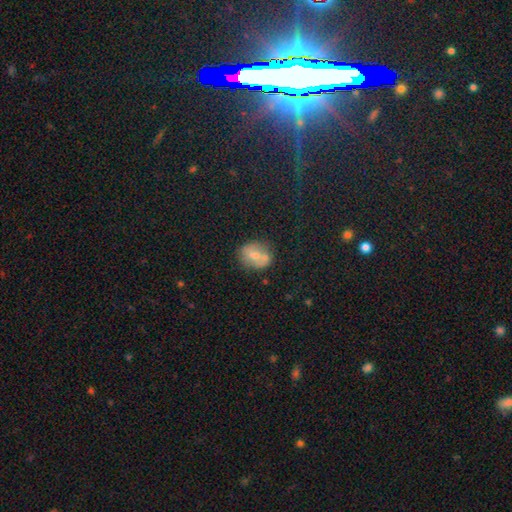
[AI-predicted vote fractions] The model was most divided on "how rounded": round: 54%, in between: 44%, cigar-shaped: 2%. More confident: smooth or featured — smooth (62%); merging — none (55%).